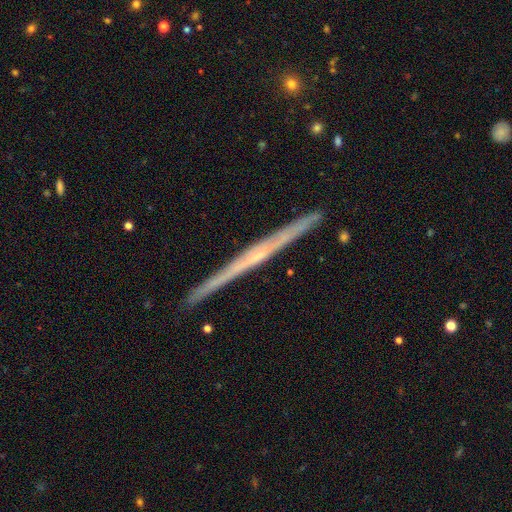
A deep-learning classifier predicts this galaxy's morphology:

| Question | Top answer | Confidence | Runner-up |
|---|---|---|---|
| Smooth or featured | featured or disk | 78% | smooth (16%) |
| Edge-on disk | yes | 98% | no (2%) |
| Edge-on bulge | none | 53% | rounded (40%) |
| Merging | none | 92% | minor disturbance (6%) |